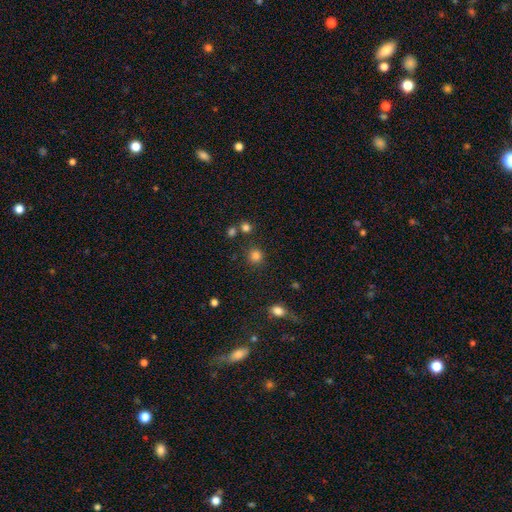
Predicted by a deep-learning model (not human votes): smooth 82%, star or artifact 14%, featured or disk 5%. Down the decision tree: how rounded — round (91%); merging — none (85%).